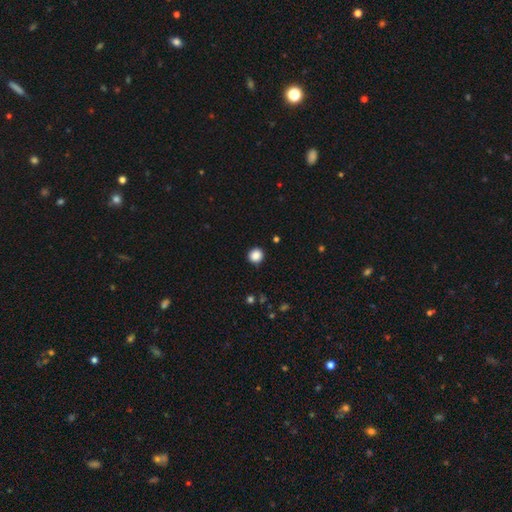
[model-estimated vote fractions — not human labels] A smooth galaxy with no disk features (87%) that is round (94%). Merging: none (92%).